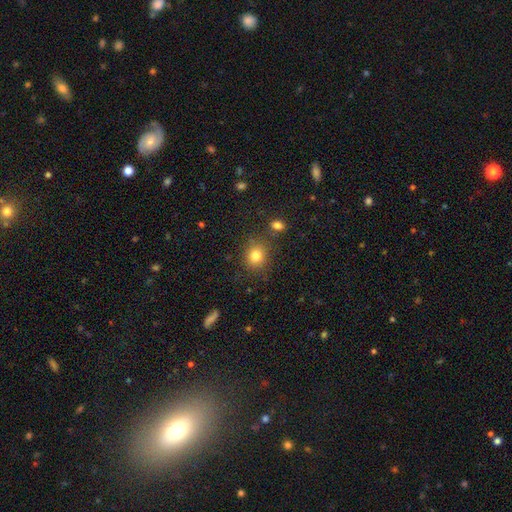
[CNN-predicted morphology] Smooth or featured?
  - smooth: 81% *
  - star or artifact: 12%
  - featured or disk: 7%
How rounded?
  - round: 78% *
  - in between: 21%
  - cigar-shaped: 1%
Merging?
  - none: 83% *
  - minor disturbance: 10%
  - merger: 4%
  - major disturbance: 3%